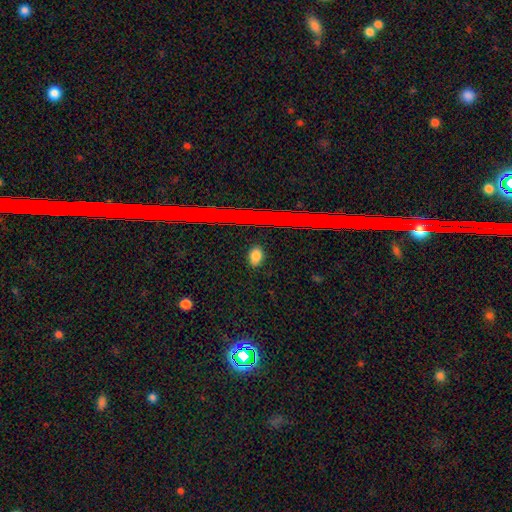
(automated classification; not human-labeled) Smooth or featured? smooth (80%)
How rounded? in between (78%)
Merging? none (88%)